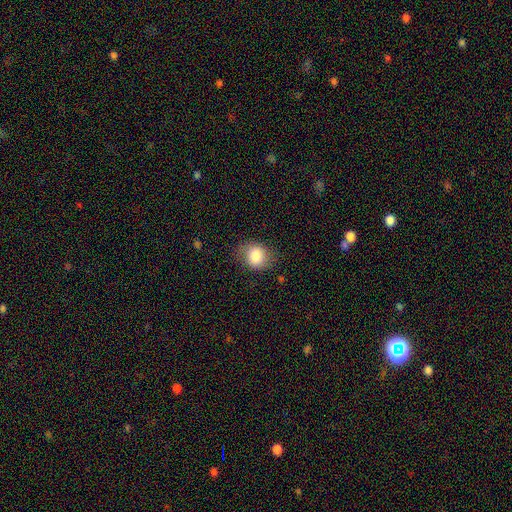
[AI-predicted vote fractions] smooth-or-featured: smooth: 82% | featured or disk: 10% | star or artifact: 8%
  how-rounded: round: 53% | in between: 46% | cigar-shaped: 1%
  merging: none: 75% | minor disturbance: 18% | major disturbance: 6% | merger: 1%